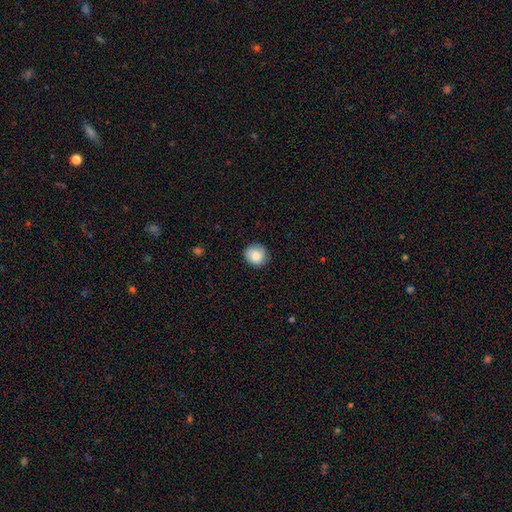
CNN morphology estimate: Q: Smooth or featured?
A: smooth (83%); runner-up: featured or disk (9%)
Q: How rounded?
A: round (87%); runner-up: in between (12%)
Q: Merging?
A: none (83%); runner-up: minor disturbance (13%)